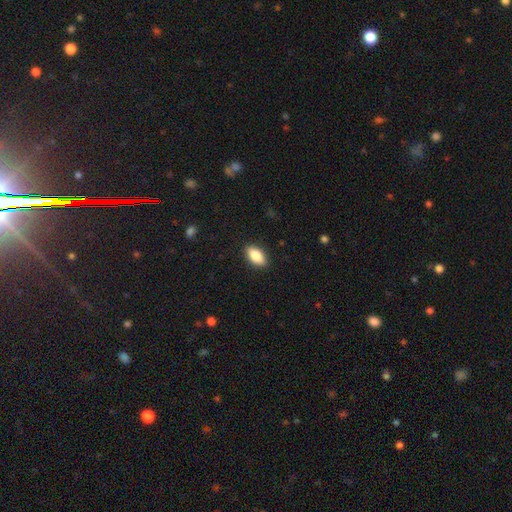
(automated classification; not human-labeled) This appears to be a smooth galaxy with no disk features (85%) that is in between round and cigar-shaped (90%). Merging: none (89%).